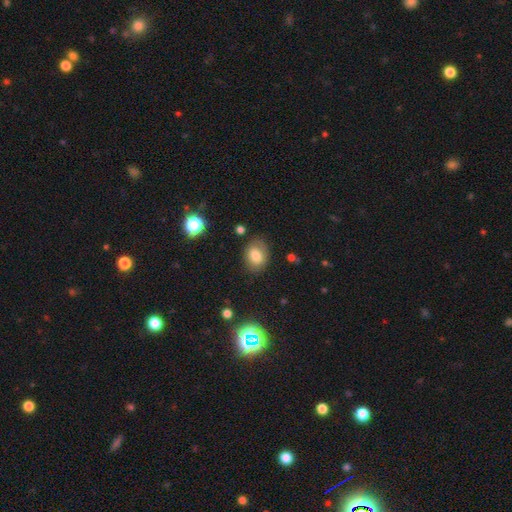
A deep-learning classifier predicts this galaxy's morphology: smooth-or-featured: smooth: 76% | featured or disk: 13% | star or artifact: 11%
  how-rounded: in between: 66% | round: 33% | cigar-shaped: 1%
  merging: none: 76% | minor disturbance: 17% | major disturbance: 5% | merger: 2%